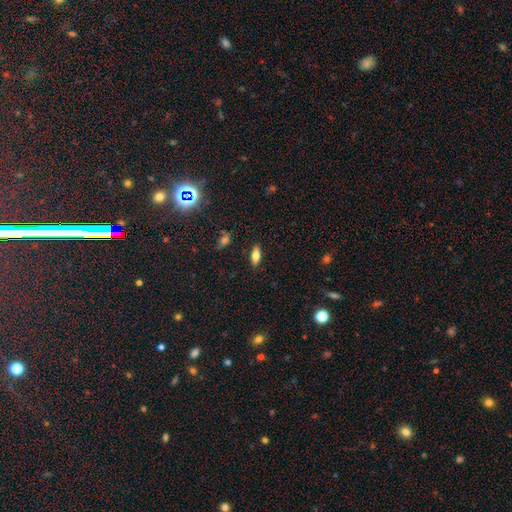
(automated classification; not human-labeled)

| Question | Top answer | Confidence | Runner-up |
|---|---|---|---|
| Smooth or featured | smooth | 72% | featured or disk (18%) |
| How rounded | in between | 80% | cigar-shaped (17%) |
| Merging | none | 87% | minor disturbance (9%) |